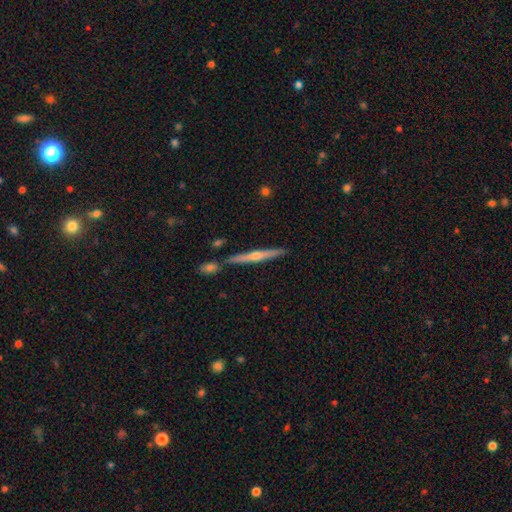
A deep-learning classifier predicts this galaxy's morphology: Overall: featured or disk (68%). Edge-on disk: yes (97%). Edge-on bulge: rounded (82%). Merging: none (85%).